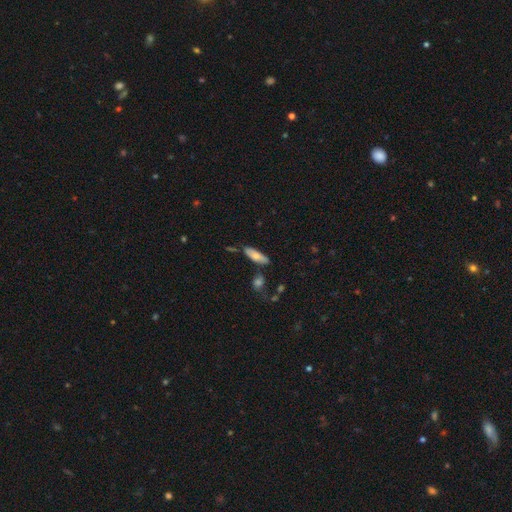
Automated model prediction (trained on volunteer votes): Morphology: type=smooth (66%); roundness=in between (56%); merging=none (72%).